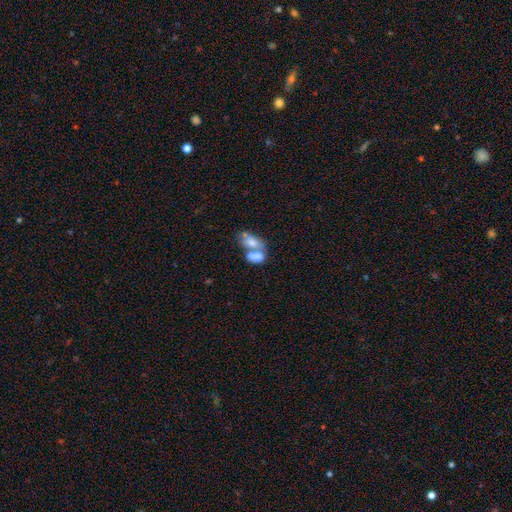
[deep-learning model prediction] smooth 67%, featured or disk 25%, star or artifact 8%. Down the decision tree: how rounded — in between (86%); merging — merger (72%).